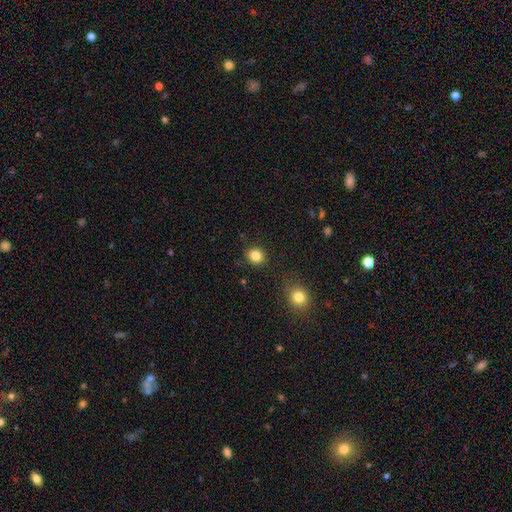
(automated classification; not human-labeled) Smooth or featured?
  - smooth: 84% *
  - star or artifact: 11%
  - featured or disk: 5%
How rounded?
  - round: 76% *
  - in between: 23%
  - cigar-shaped: 1%
Merging?
  - none: 88% *
  - minor disturbance: 8%
  - major disturbance: 2%
  - merger: 2%